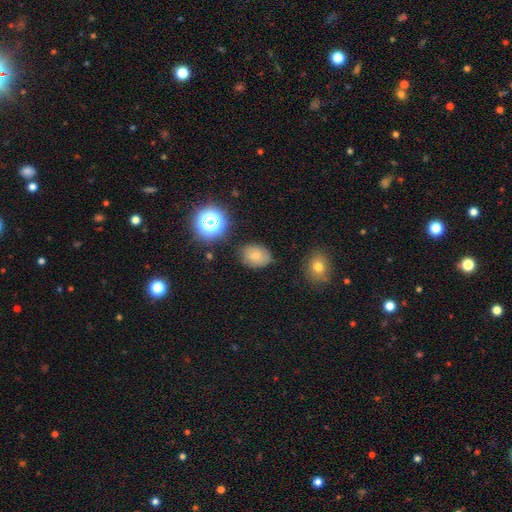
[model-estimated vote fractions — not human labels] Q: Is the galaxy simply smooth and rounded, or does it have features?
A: smooth — 75%.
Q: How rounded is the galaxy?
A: in between — 65%.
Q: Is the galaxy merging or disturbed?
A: none — 75%.